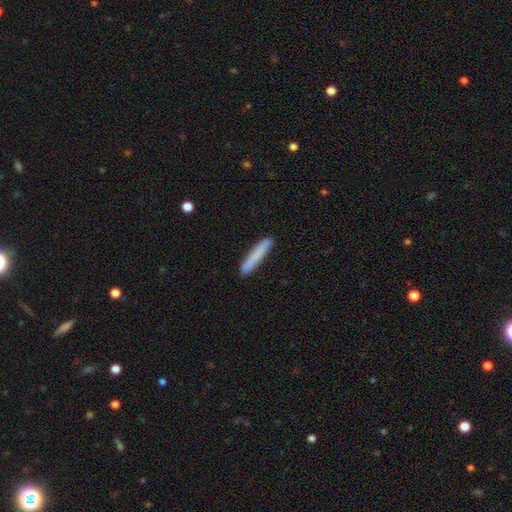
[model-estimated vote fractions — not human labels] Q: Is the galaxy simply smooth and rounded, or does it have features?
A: smooth — 82%.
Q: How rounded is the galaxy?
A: cigar-shaped — 93%.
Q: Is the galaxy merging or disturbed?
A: none — 91%.